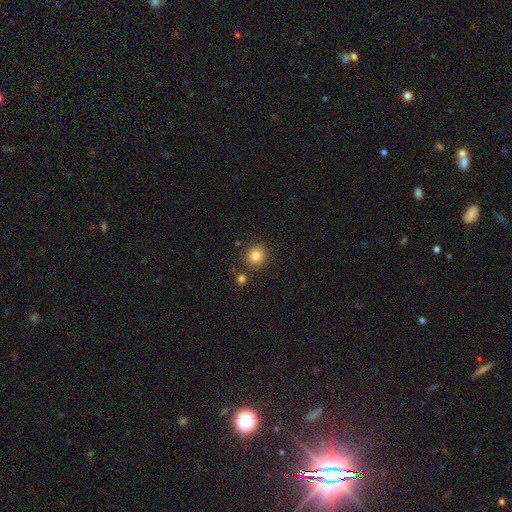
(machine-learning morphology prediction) This is clearly a smooth galaxy (84%). How rounded: clearly round (92%). Merging: clearly none (84%).